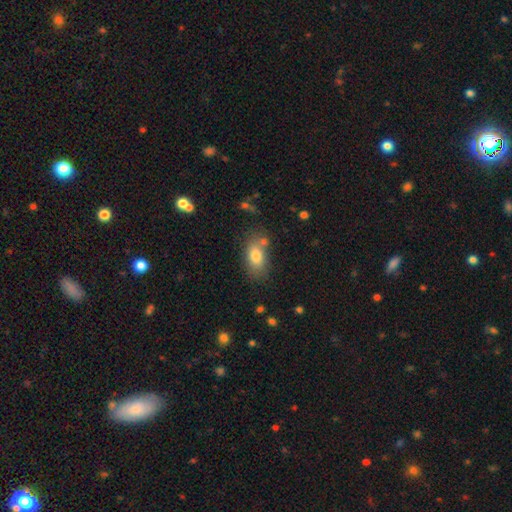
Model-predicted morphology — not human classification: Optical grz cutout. It shows a smooth galaxy with no disk features (79%) that is in between round and cigar-shaped (88%). Merging: none (68%).